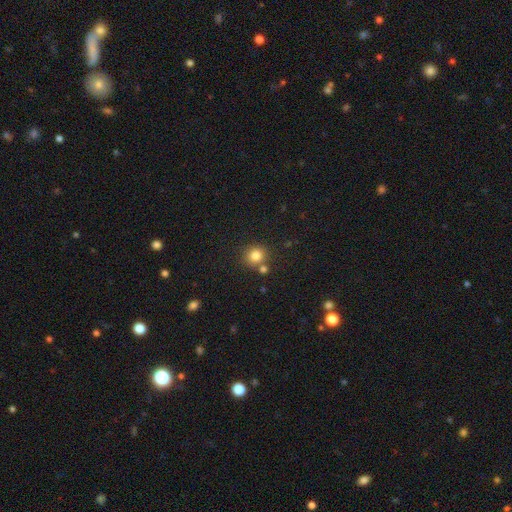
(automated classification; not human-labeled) Smooth or featured? Predicted: smooth (p=0.82). How rounded? Predicted: round (p=0.87). Merging? Predicted: none (p=0.71).